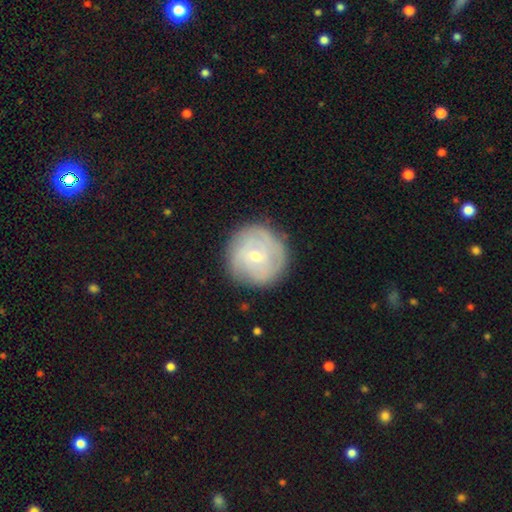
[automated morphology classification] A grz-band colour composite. It shows a featured or disk galaxy (59%) with no bar (66%), spiral arms (76%) and a small central bulge (59%). Merging: none (82%).